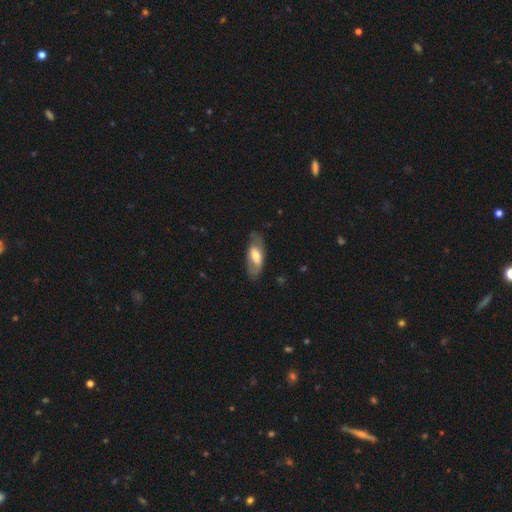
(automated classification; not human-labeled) smooth 48%, featured or disk 46%, star or artifact 6%. Down the decision tree: merging — none (74%).